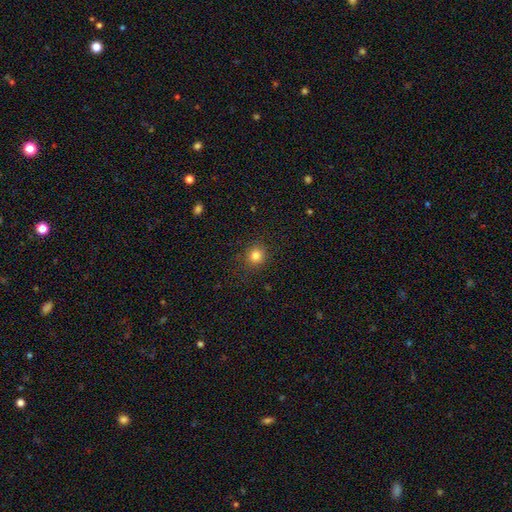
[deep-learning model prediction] The model was most divided on "smooth or featured": smooth: 82%, star or artifact: 13%, featured or disk: 5%. More confident: merging — none (88%); how rounded — round (88%).